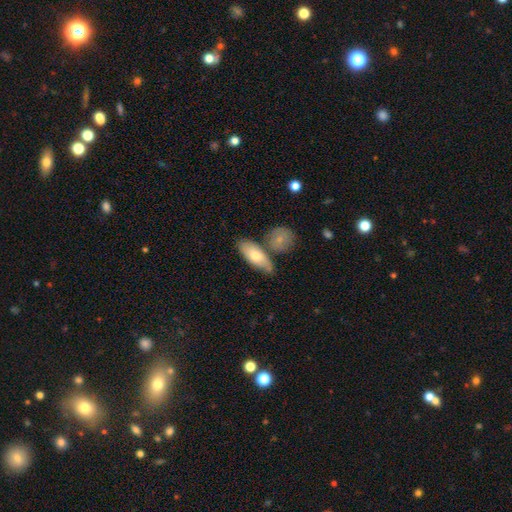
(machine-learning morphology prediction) Smooth or featured? smooth (71%)
How rounded? in between (78%)
Merging? none (61%)